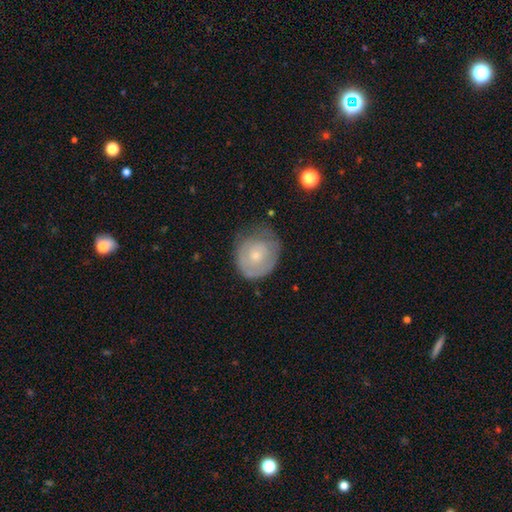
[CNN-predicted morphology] This is possibly a smooth galaxy (53%). How rounded: likely round (77%). Merging: possibly none (54%).